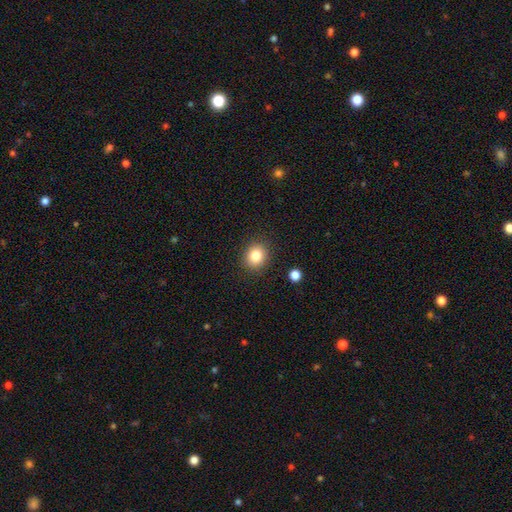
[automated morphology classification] Smooth or featured: smooth — 83% (star or artifact — 11%)
How rounded: round — 76% (in between — 24%)
Merging: none — 89% (minor disturbance — 7%)